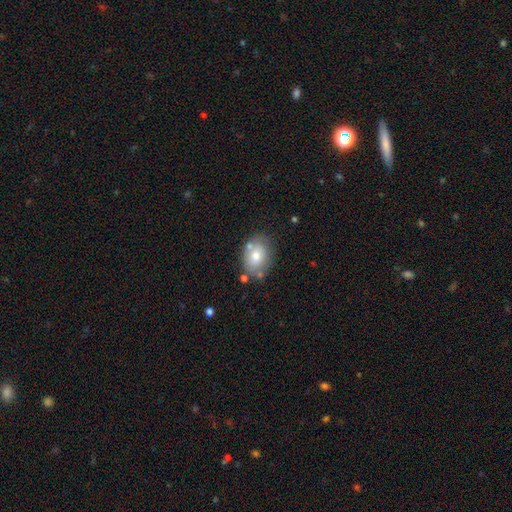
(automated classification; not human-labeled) This appears to be a smooth galaxy with no disk features (71%) that is in between round and cigar-shaped (72%). Merging: none (68%).